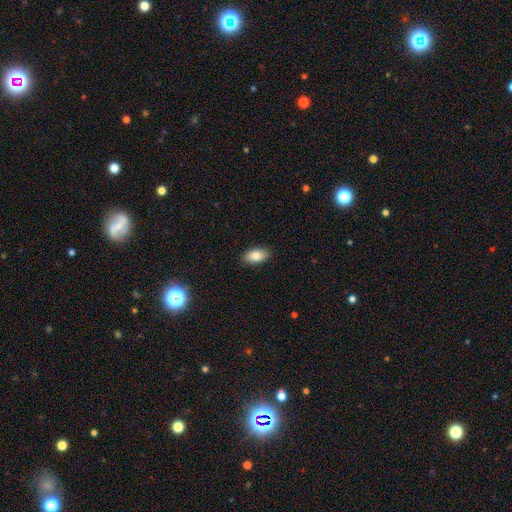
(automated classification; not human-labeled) Smooth or featured? Predicted: smooth (p=0.82). How rounded? Predicted: in between (p=0.92). Merging? Predicted: none (p=0.89).